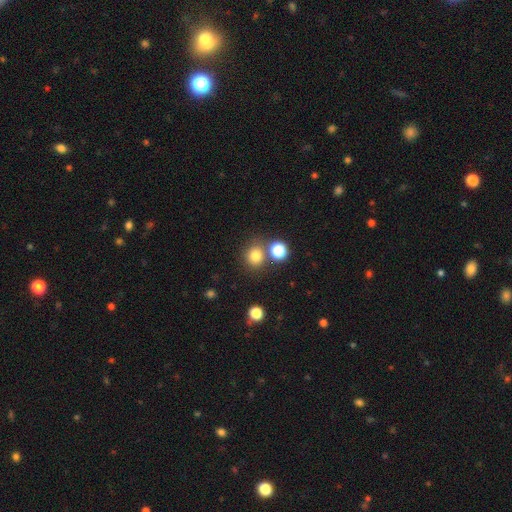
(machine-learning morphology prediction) The model was most divided on "merging": none: 73%, merger: 14%, minor disturbance: 9%, major disturbance: 3%. More confident: how rounded — round (86%); smooth or featured — smooth (78%).